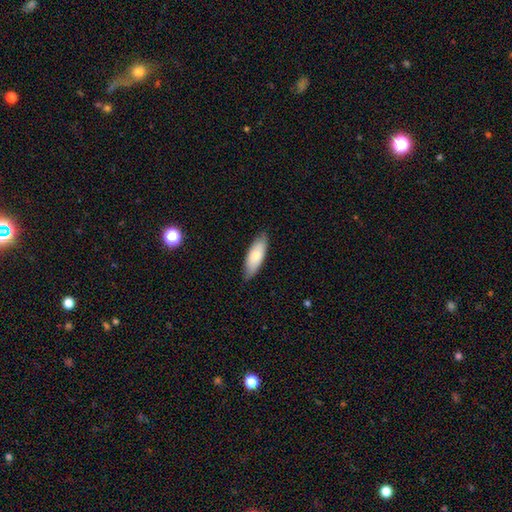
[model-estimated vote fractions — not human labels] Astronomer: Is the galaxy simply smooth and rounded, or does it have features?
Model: smooth — 79%.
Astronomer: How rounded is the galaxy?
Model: in between — 66%.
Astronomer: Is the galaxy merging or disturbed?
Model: none — 84%.